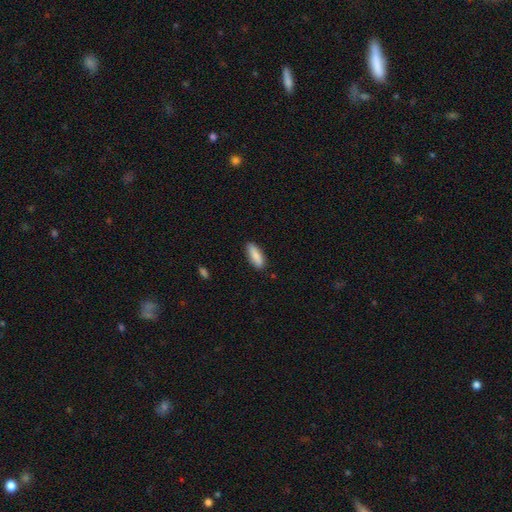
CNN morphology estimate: The model was most divided on "how rounded": in between: 53%, cigar-shaped: 45%, round: 2%. More confident: merging — none (87%); smooth or featured — smooth (83%).